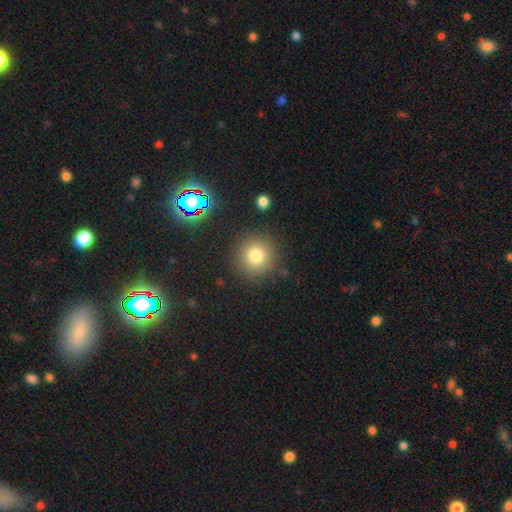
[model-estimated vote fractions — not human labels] This appears to be a smooth galaxy with no disk features (78%) that is round (94%). Merging: none (87%).